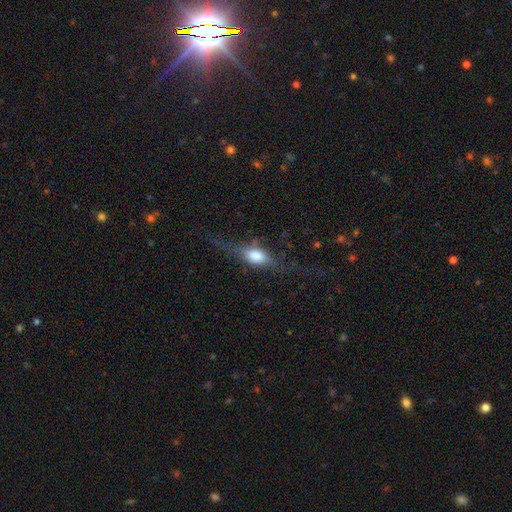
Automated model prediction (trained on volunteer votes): smooth 56%, featured or disk 35%, star or artifact 9%. Down the decision tree: how rounded — in between (68%); merging — none (49%).